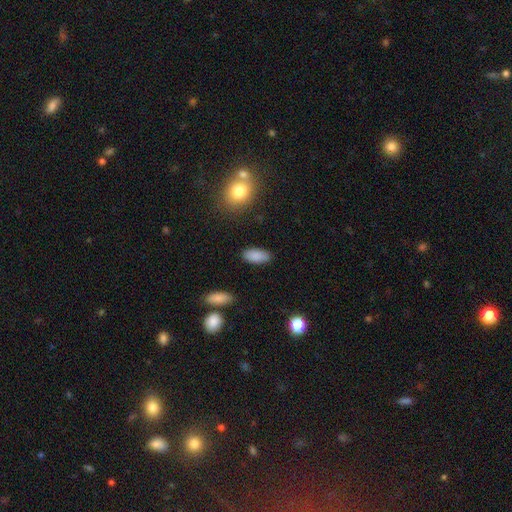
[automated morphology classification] A smooth galaxy with no disk features (88%) that is in between round and cigar-shaped (90%).

Vote fractions:
- Smooth or featured? smooth: 88% / star or artifact: 7% / featured or disk: 5%
- How rounded? in between: 90% / cigar-shaped: 8% / round: 2%
- Merging? none: 87% / minor disturbance: 9% / major disturbance: 2% / merger: 2%